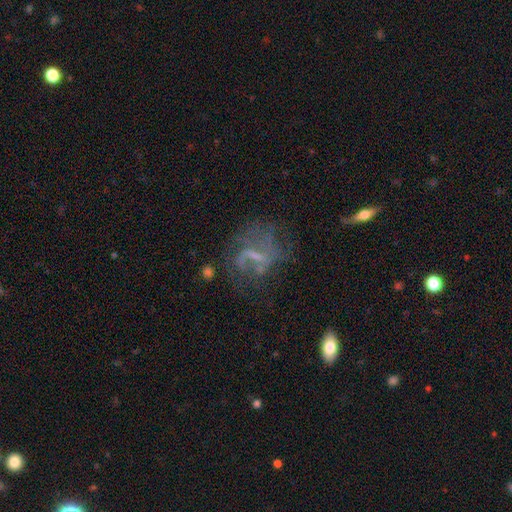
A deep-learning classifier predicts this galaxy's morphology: Q: Smooth or featured?
A: featured or disk (65%); runner-up: smooth (18%)
Q: Edge-on disk?
A: no (95%); runner-up: yes (5%)
Q: Bar?
A: weak (43%); runner-up: no (37%)
Q: Spiral arms?
A: yes (51%); runner-up: no (49%)
Q: Bulge size?
A: none (43%); runner-up: small (37%)
Q: Merging?
A: none (45%); runner-up: major disturbance (31%)